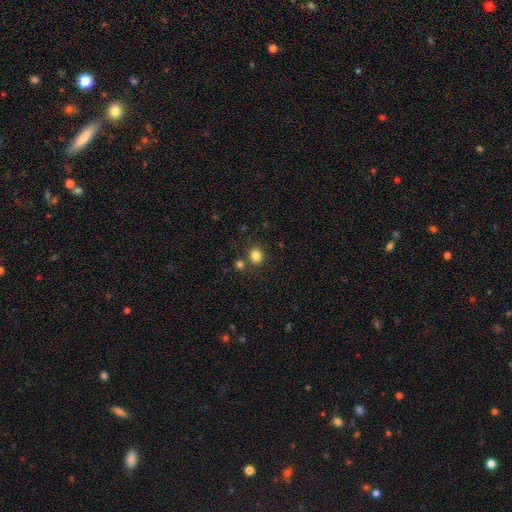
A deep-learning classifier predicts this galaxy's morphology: Smooth or featured? smooth (83%)
How rounded? round (74%)
Merging? none (78%)